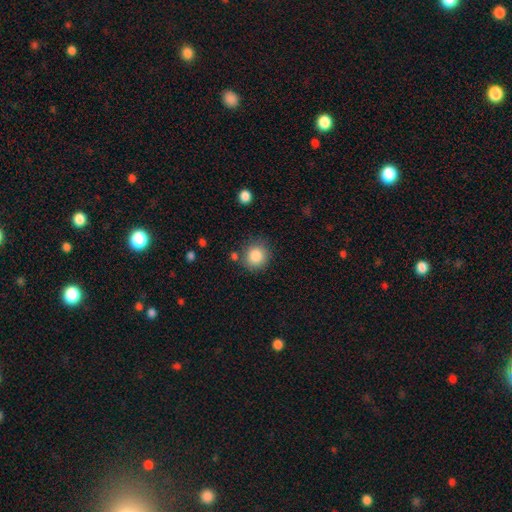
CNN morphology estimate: smooth_or_featured: smooth (p=0.86) [alt: star or artifact p=0.09]
how_rounded: round (p=0.88) [alt: in between p=0.11]
merging: none (p=0.80) [alt: minor disturbance p=0.12]